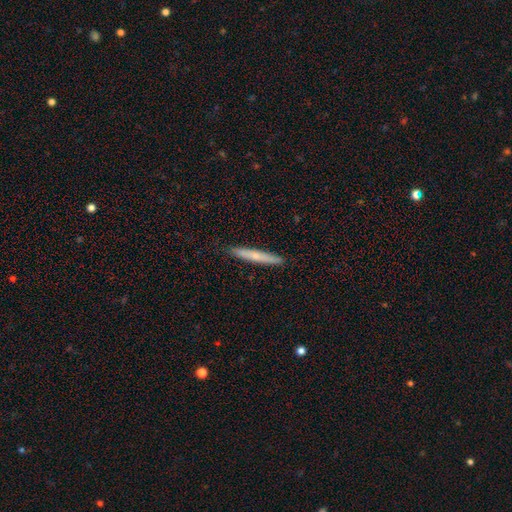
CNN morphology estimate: This appears to be a smooth galaxy with no disk features (61%) that is cigar-shaped (96%). Merging: none (91%).